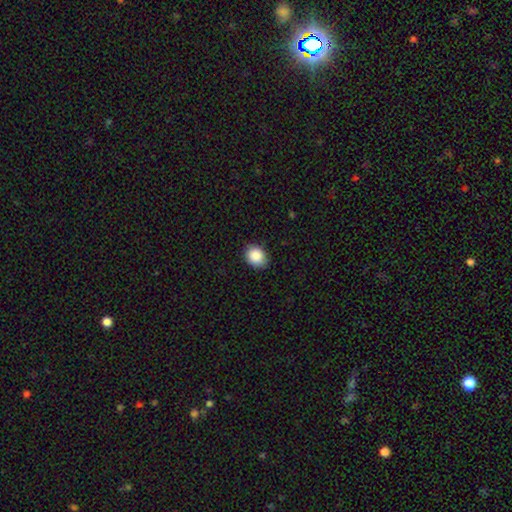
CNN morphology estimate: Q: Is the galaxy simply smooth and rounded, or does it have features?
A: smooth — 89%.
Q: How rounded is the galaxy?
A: round — 52%.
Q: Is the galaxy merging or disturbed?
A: none — 82%.